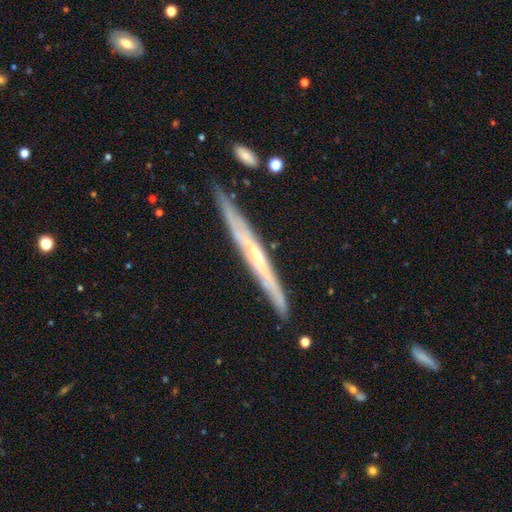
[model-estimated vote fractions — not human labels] Morphology: type=featured or disk (73%); edge-on=yes (92%); edge-on bulge=none (56%); merging=none (84%).